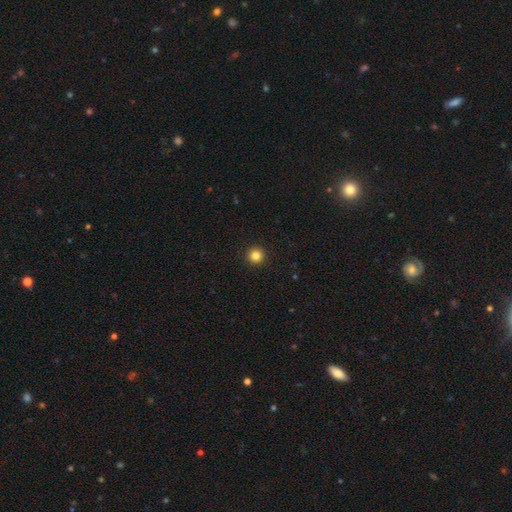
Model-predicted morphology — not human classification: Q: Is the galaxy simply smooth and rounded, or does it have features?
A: smooth — 84%.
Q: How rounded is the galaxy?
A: round — 96%.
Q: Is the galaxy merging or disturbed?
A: none — 94%.